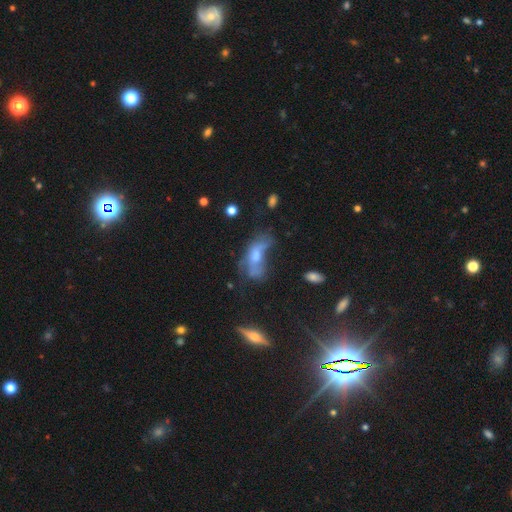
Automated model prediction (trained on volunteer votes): Q: Smooth or featured?
A: featured or disk (45%); runner-up: smooth (38%)
Q: Merging?
A: major disturbance (38%); runner-up: none (27%)